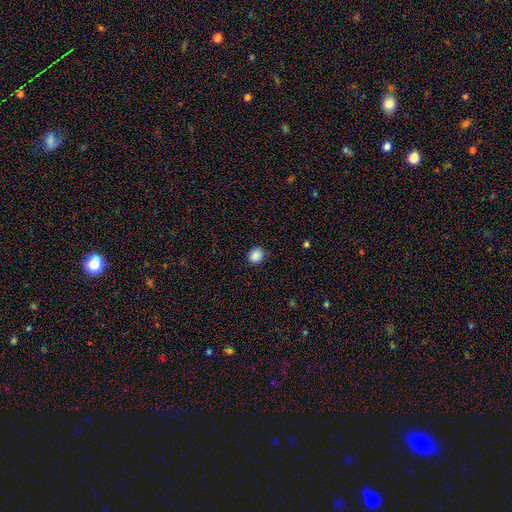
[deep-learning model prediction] smooth_or_featured: smooth (p=0.87) [alt: star or artifact p=0.10]
how_rounded: round (p=0.70) [alt: in between p=0.29]
merging: none (p=0.84) [alt: minor disturbance p=0.12]